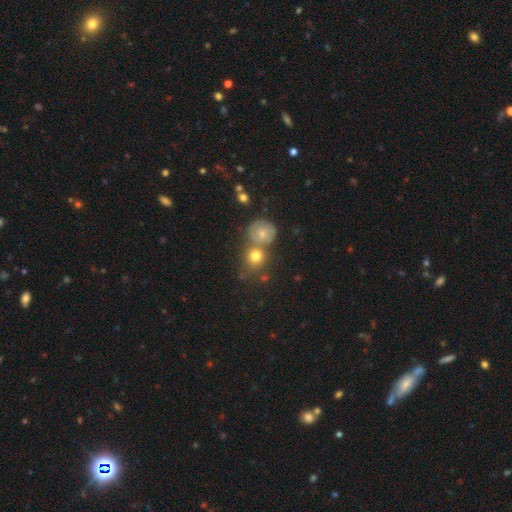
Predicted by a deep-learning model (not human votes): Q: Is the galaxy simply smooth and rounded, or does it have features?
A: smooth — 72%.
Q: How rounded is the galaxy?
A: round — 85%.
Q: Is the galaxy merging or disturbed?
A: none — 52%.